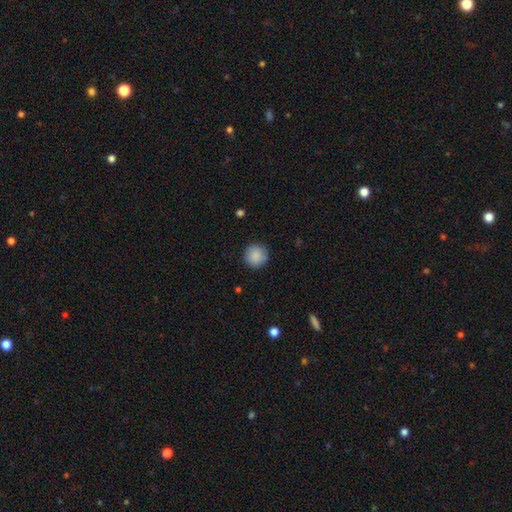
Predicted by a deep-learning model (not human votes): Smooth or featured? smooth (89%)
How rounded? round (95%)
Merging? none (91%)